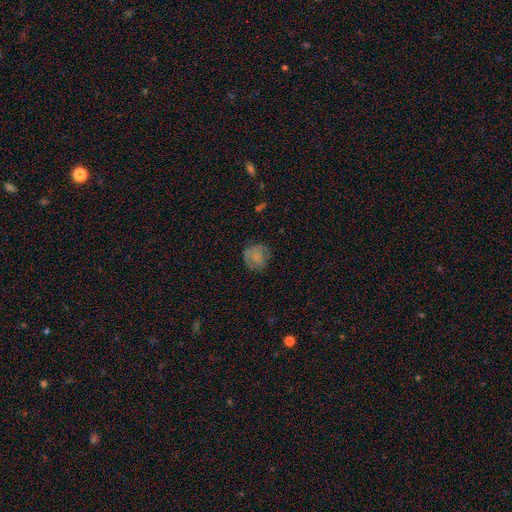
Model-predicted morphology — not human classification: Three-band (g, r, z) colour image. It shows a smooth galaxy with no disk features (63%) that is round (80%). Merging: none (67%).